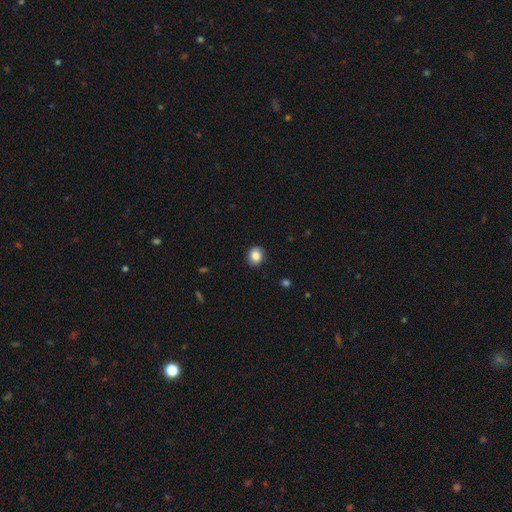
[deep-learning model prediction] Morphology: type=smooth (86%); roundness=round (70%); merging=none (87%).